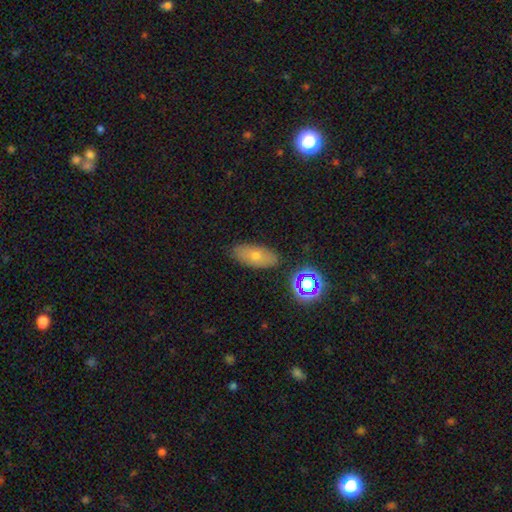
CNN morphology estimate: Overall: smooth (62%; featured or disk 24%). How rounded: in between (82%). Merging: none (84%).